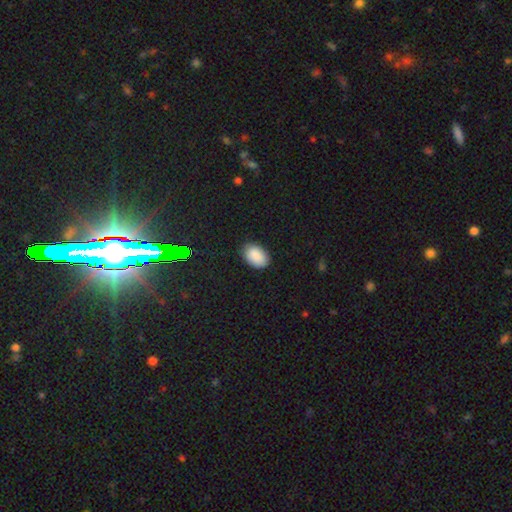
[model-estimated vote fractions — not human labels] A smooth galaxy with no disk features (88%) that is in between round and cigar-shaped (87%). Merging: none (84%).